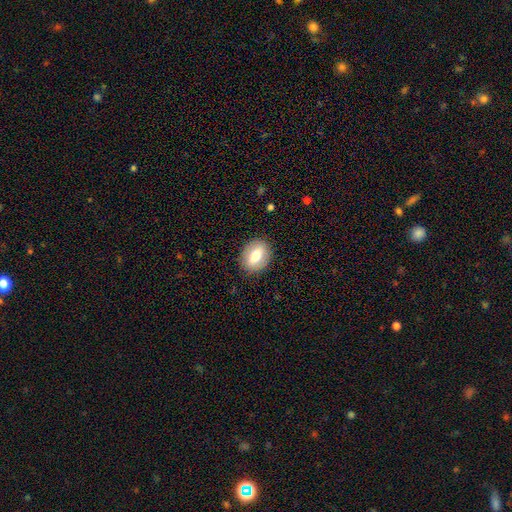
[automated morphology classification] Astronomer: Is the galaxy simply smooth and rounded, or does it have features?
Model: smooth — 69%.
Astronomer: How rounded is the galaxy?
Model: in between — 62% (runner-up: round, 37%).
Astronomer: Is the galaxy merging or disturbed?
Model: none — 87%.